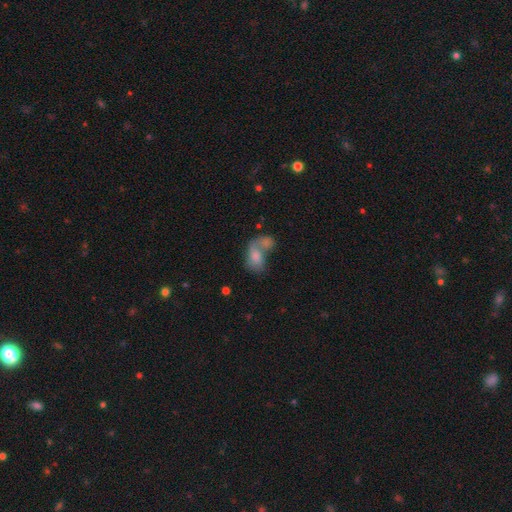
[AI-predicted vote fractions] Smooth or featured: smooth — 66% (featured or disk — 25%)
How rounded: in between — 84% (round — 14%)
Merging: merger — 62% (none — 16%)